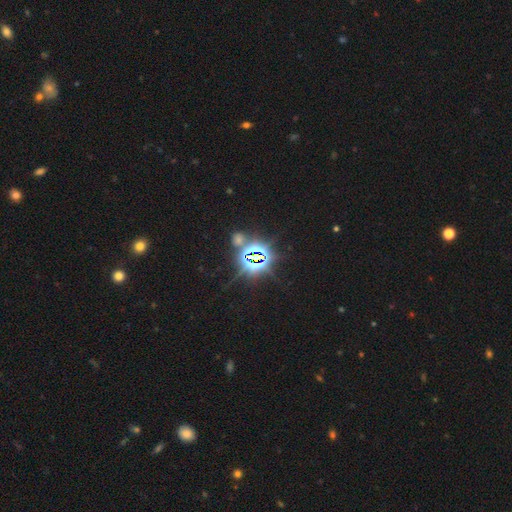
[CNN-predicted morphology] The model was most divided on "smooth or featured": star or artifact: 83%, smooth: 10%, featured or disk: 6%.